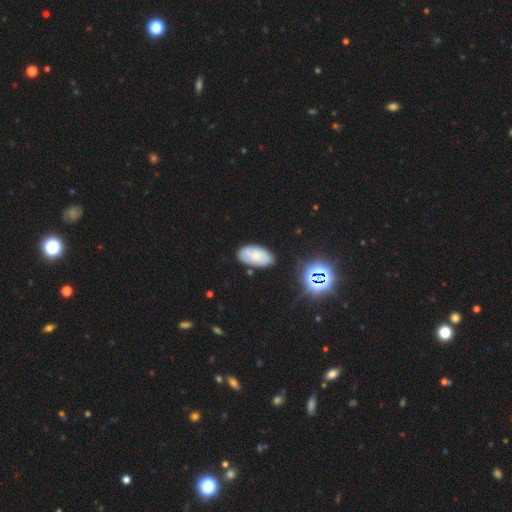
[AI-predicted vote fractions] smooth 57%, featured or disk 32%, star or artifact 11%. Down the decision tree: how rounded — in between (94%); merging — none (77%).